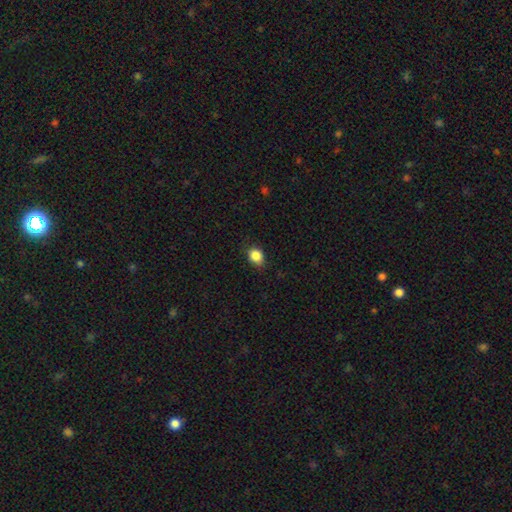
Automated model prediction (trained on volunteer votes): A smooth galaxy with no disk features (86%) that is round (60%).

Vote fractions:
- Smooth or featured? smooth: 86% / star or artifact: 10% / featured or disk: 4%
- How rounded? round: 60% / in between: 39% / cigar-shaped: 1%
- Merging? none: 79% / minor disturbance: 17% / major disturbance: 3% / merger: 1%